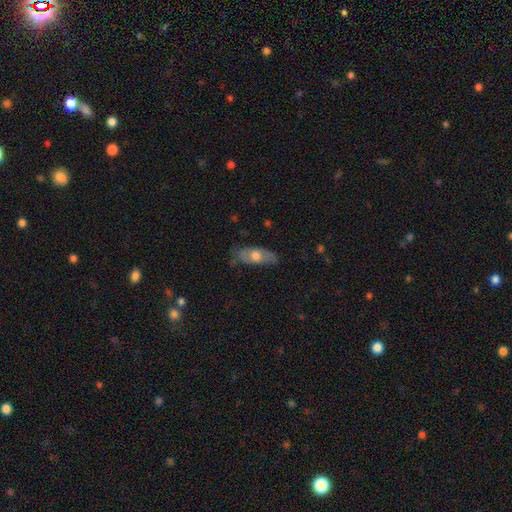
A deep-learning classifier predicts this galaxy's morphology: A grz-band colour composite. It shows a smooth galaxy with no disk features (56%) that is in between round and cigar-shaped (76%). Merging: none (72%).